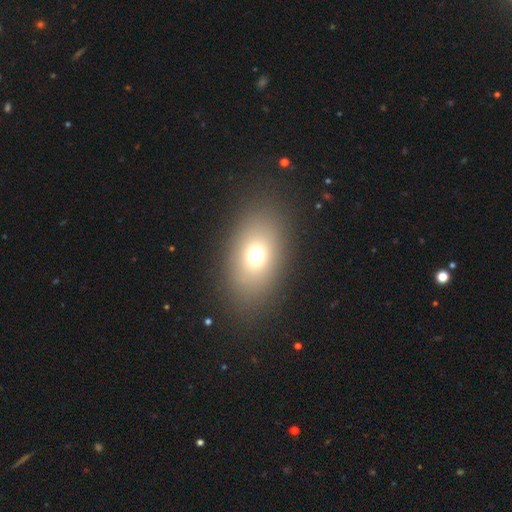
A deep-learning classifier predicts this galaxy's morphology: smooth-or-featured: smooth: 69% | featured or disk: 16% | star or artifact: 15%
  how-rounded: in between: 79% | round: 19% | cigar-shaped: 2%
  merging: none: 84% | minor disturbance: 9% | major disturbance: 6% | merger: 1%